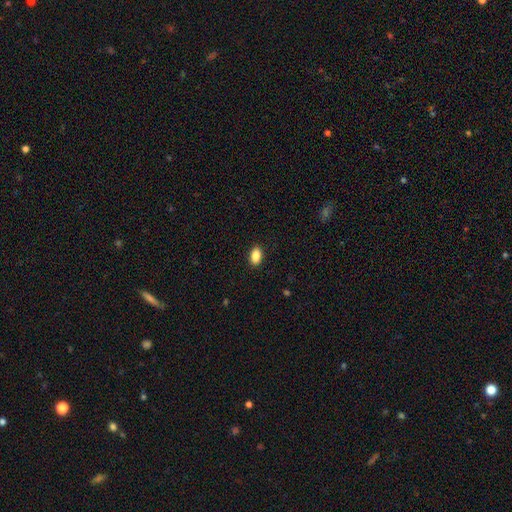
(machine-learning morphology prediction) Smooth or featured? Predicted: smooth (p=0.88). How rounded? Predicted: in between (p=0.90). Merging? Predicted: none (p=0.90).